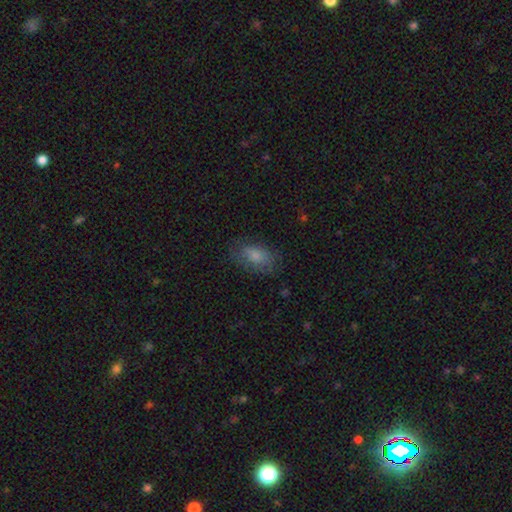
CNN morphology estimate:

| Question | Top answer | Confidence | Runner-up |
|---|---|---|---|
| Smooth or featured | smooth | 76% | featured or disk (16%) |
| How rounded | in between | 89% | round (7%) |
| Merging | none | 67% | minor disturbance (22%) |